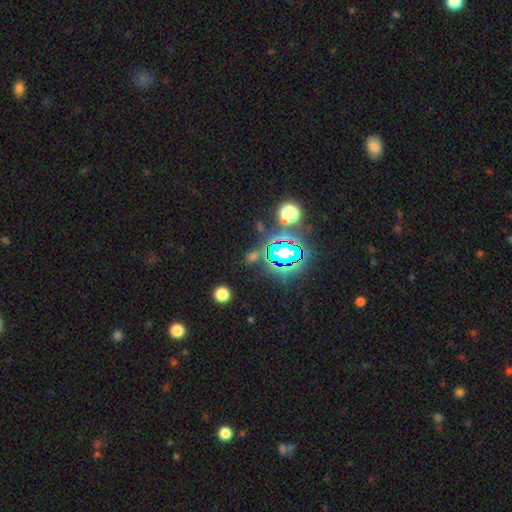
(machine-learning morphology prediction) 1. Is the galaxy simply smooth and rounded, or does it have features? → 68% star or artifact, 22% smooth, 10% featured or disk.